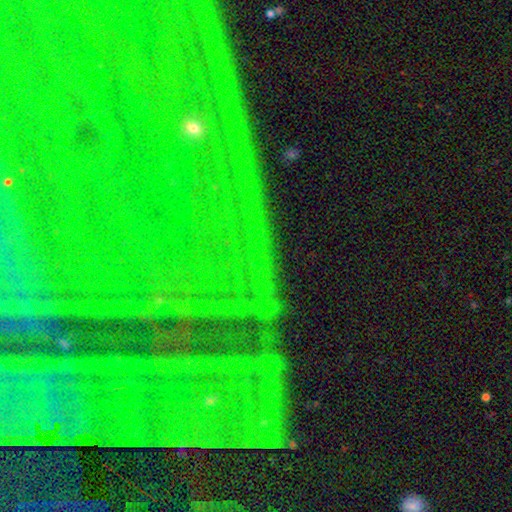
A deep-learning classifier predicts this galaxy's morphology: A star or artifact, not a galaxy (82%).

Vote fractions:
- Smooth or featured? star or artifact: 82% / featured or disk: 10% / smooth: 8%